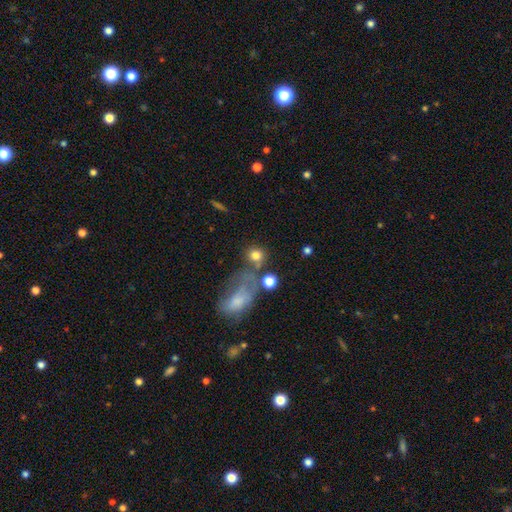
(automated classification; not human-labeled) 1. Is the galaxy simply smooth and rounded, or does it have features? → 78% smooth, 12% star or artifact, 11% featured or disk.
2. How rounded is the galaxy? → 78% round, 19% in between, 2% cigar-shaped.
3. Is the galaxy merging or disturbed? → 53% none, 23% merger, 14% minor disturbance, 10% major disturbance.